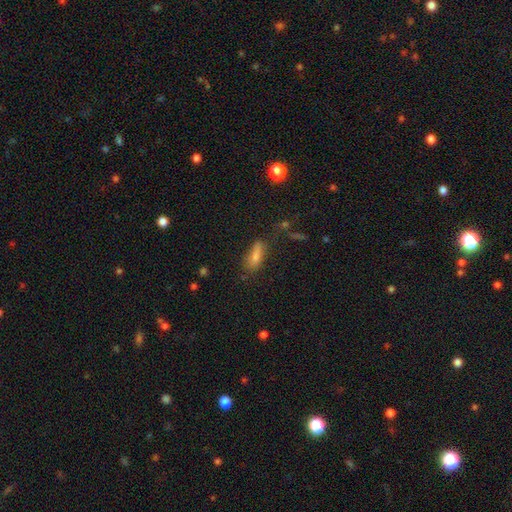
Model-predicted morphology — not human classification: smooth 77%, featured or disk 12%, star or artifact 11%. Down the decision tree: how rounded — in between (71%); merging — none (55%).